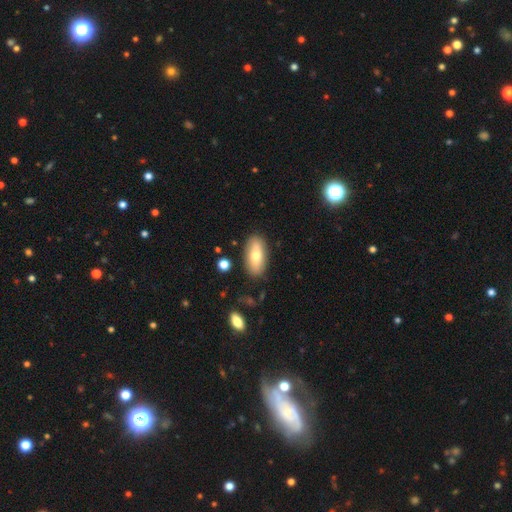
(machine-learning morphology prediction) Smooth or featured?
  - smooth: 69% *
  - featured or disk: 24%
  - star or artifact: 7%
How rounded?
  - in between: 87% *
  - cigar-shaped: 10%
  - round: 3%
Merging?
  - none: 84% *
  - minor disturbance: 11%
  - major disturbance: 3%
  - merger: 2%